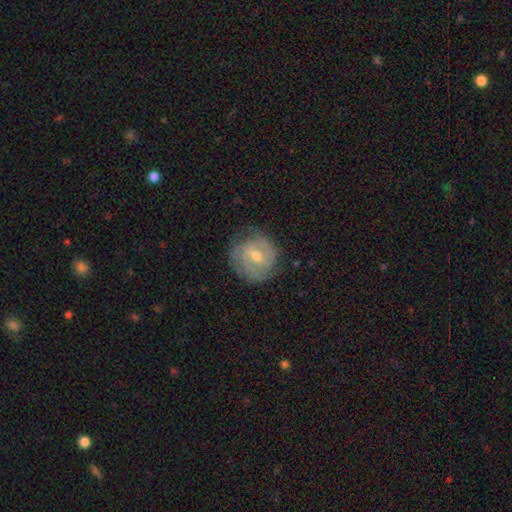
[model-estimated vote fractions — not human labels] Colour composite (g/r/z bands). It shows a featured or disk galaxy (64%) with a weak bar (53%), spiral arms (78%) and a moderate central bulge (53%). Merging: none (74%).